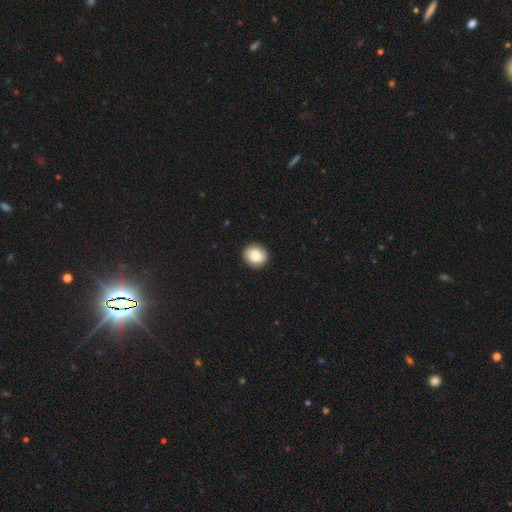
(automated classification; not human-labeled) Smooth or featured: smooth — 82% (featured or disk — 10%)
How rounded: round — 85% (in between — 14%)
Merging: none — 89% (minor disturbance — 8%)